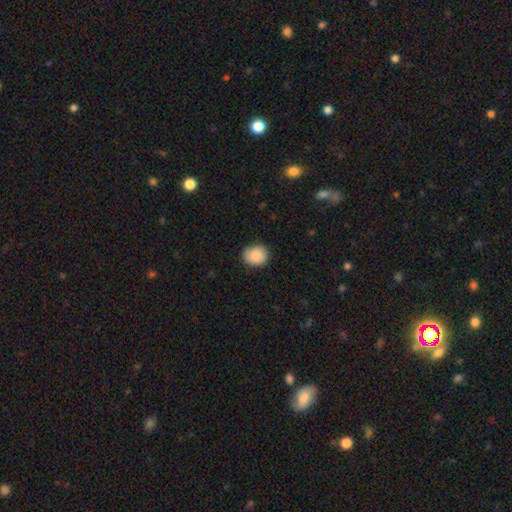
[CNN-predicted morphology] smooth-or-featured: smooth: 89% | star or artifact: 7% | featured or disk: 4%
  how-rounded: round: 74% | in between: 25% | cigar-shaped: 1%
  merging: none: 86% | minor disturbance: 11% | major disturbance: 2% | merger: 1%